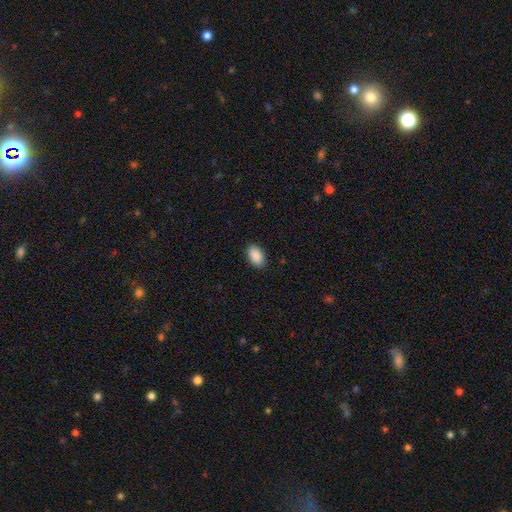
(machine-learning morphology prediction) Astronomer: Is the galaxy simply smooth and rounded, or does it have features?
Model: smooth — 91%.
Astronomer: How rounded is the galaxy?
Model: in between — 93%.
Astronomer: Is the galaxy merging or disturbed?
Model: none — 88%.